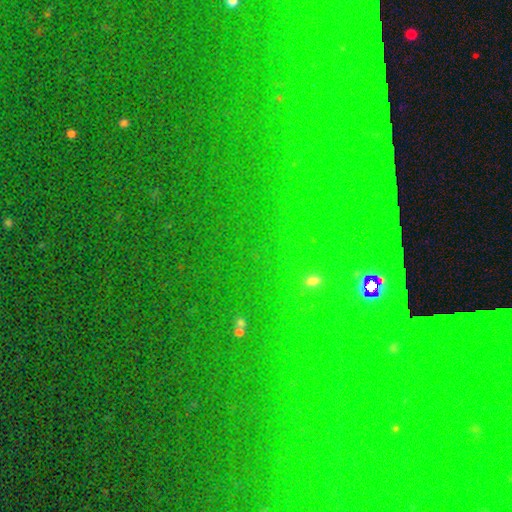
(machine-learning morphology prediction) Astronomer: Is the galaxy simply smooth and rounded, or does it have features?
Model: star or artifact — 79%.